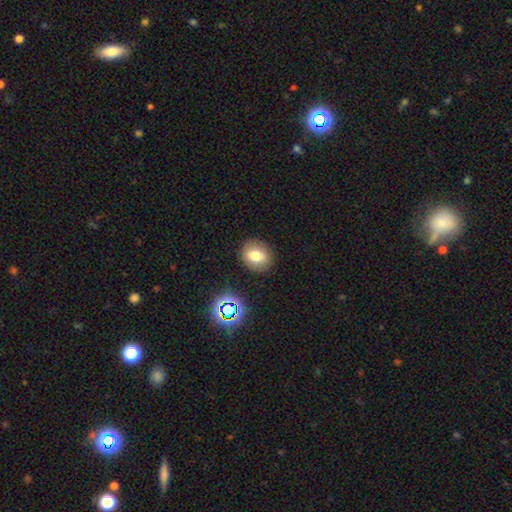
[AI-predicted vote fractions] Q: Smooth or featured?
A: smooth (74%); runner-up: star or artifact (13%)
Q: How rounded?
A: round (67%); runner-up: in between (32%)
Q: Merging?
A: none (88%); runner-up: minor disturbance (8%)